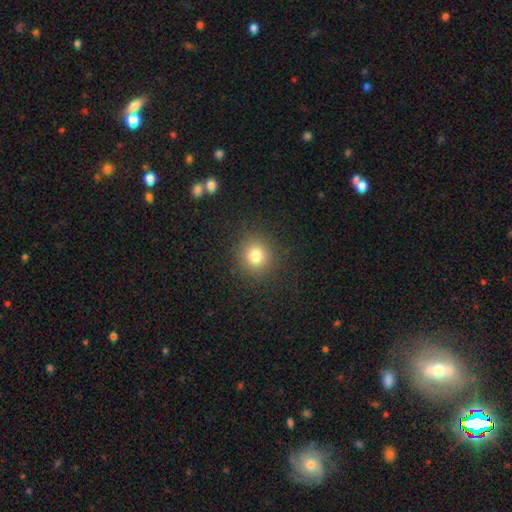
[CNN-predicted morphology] A smooth galaxy with no disk features (79%) that is round (91%). Merging: none (90%).